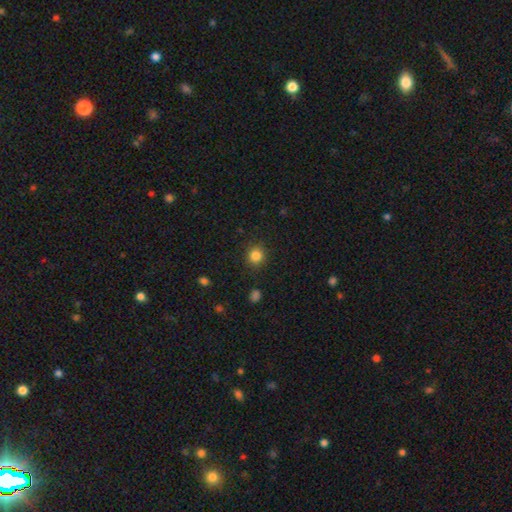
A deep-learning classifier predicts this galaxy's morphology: The model was most divided on "smooth or featured": smooth: 84%, star or artifact: 11%, featured or disk: 4%. More confident: how rounded — round (89%); merging — none (89%).